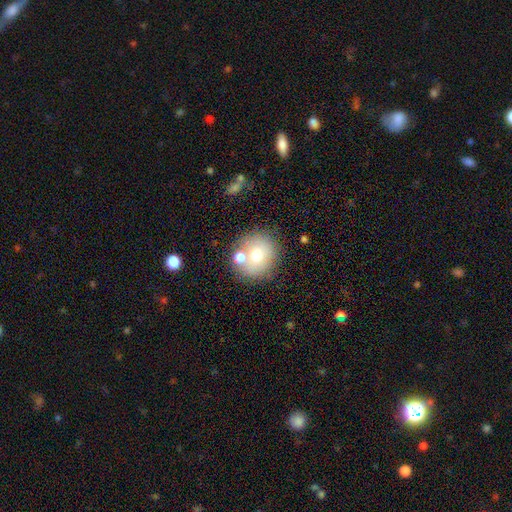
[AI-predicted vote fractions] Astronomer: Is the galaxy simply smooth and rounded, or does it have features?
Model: smooth — 67%.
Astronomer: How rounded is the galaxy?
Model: round — 82%.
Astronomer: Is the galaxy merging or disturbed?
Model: none — 66%.